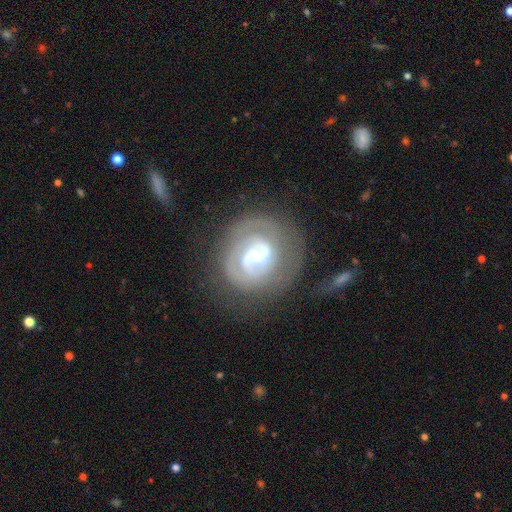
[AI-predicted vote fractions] A featured or disk galaxy (80%) with a weak bar (43%), 2 (47%) tight (58%) spiral arms (88%) and a small central bulge (57%). Merging: none (61%).